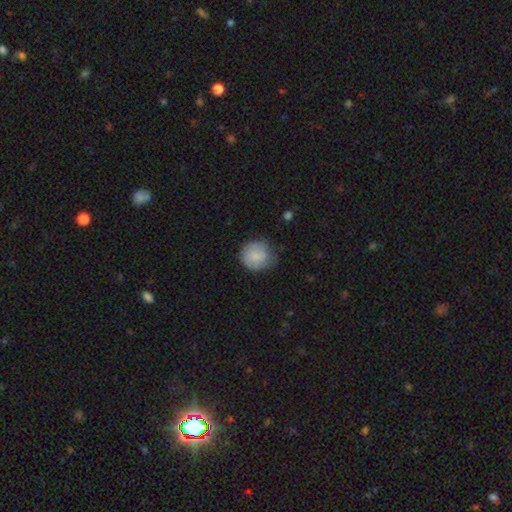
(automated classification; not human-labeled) Q: Smooth or featured?
A: smooth (80%); runner-up: featured or disk (13%)
Q: How rounded?
A: round (87%); runner-up: in between (12%)
Q: Merging?
A: none (59%); runner-up: minor disturbance (31%)